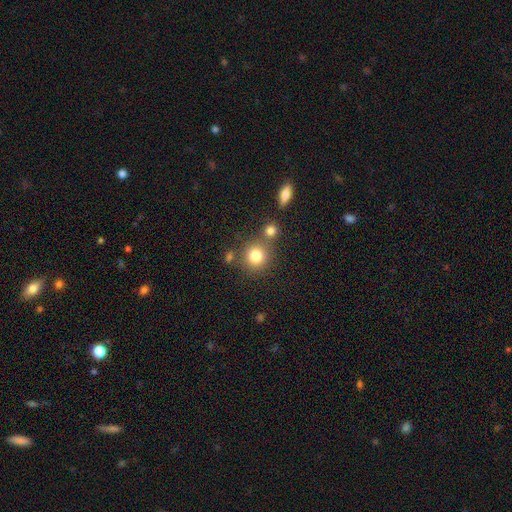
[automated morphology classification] Smooth or featured: smooth — 80% (star or artifact — 12%)
How rounded: round — 89% (in between — 10%)
Merging: none — 69% (merger — 18%)